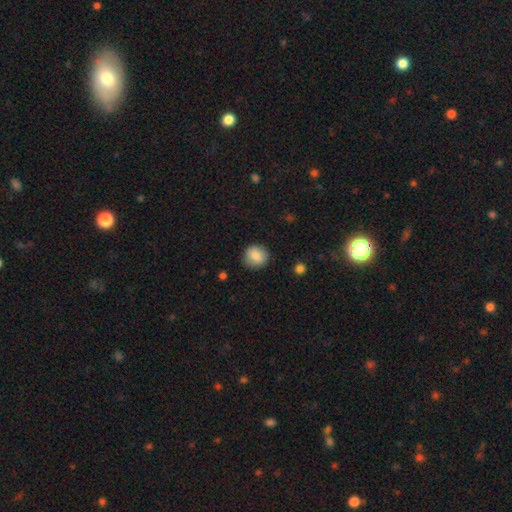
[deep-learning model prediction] Morphology: type=smooth (84%); roundness=round (84%); merging=none (84%).